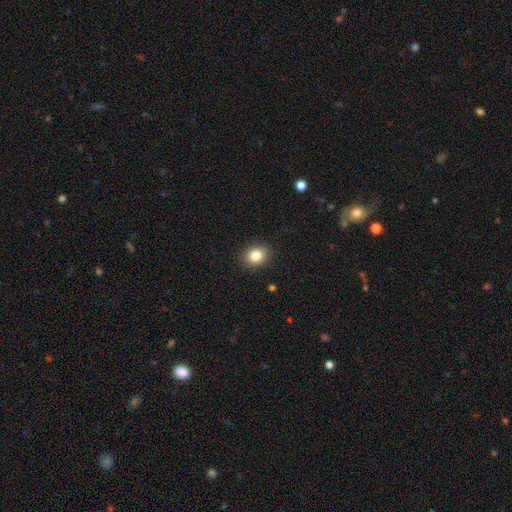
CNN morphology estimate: smooth 84%, star or artifact 10%, featured or disk 6%. Down the decision tree: how rounded — round (57%); merging — none (90%).